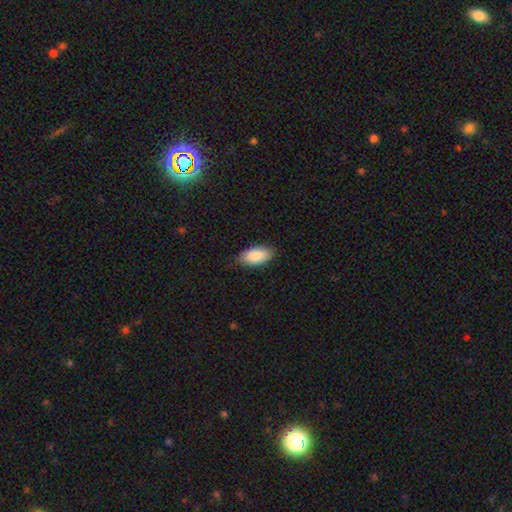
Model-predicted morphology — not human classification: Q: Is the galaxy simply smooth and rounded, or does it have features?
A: smooth — 88%.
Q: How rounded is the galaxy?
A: in between — 94%.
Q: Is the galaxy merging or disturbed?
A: none — 84%.